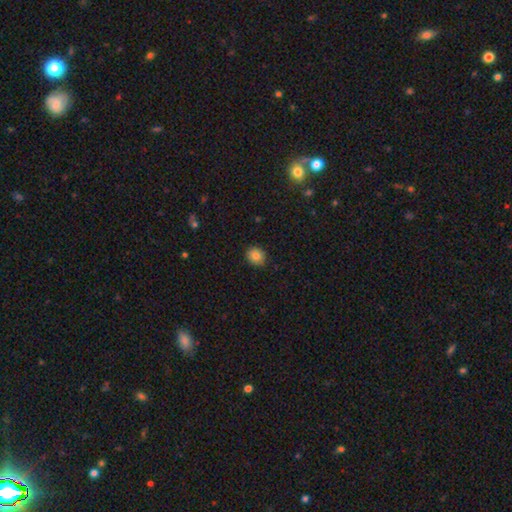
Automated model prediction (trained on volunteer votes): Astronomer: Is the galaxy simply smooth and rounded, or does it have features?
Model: smooth — 83%.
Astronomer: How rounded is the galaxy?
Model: round — 72%.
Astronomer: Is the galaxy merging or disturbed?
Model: none — 90%.